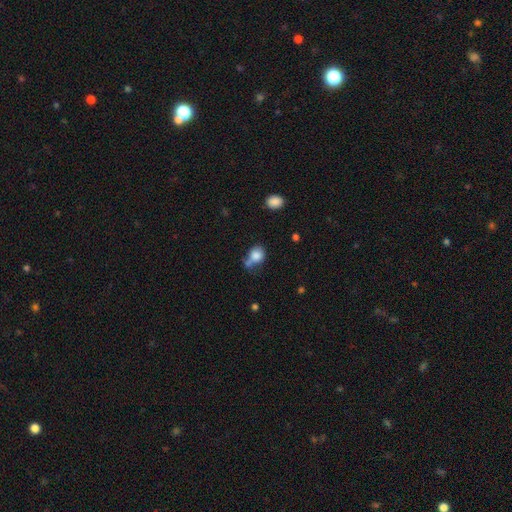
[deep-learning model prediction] smooth 81%, star or artifact 10%, featured or disk 9%. Down the decision tree: how rounded — round (62%); merging — none (40%).